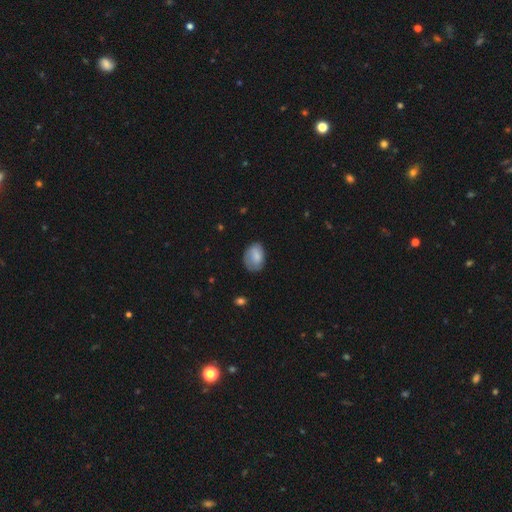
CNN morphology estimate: Overall: smooth (78%). How rounded: in between (75%). Merging: none (64%; minor disturbance 27%).